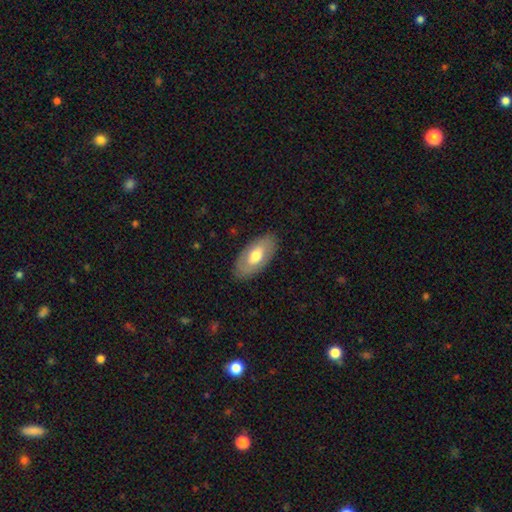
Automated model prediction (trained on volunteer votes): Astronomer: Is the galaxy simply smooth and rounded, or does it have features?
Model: smooth — 61%.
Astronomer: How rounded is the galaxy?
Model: in between — 93%.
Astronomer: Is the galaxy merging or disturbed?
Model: none — 85%.